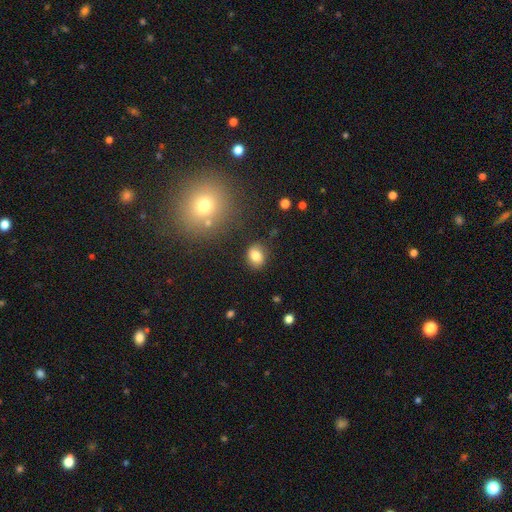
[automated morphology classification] smooth 81%, star or artifact 11%, featured or disk 9%. Down the decision tree: how rounded — round (55%); merging — none (84%).